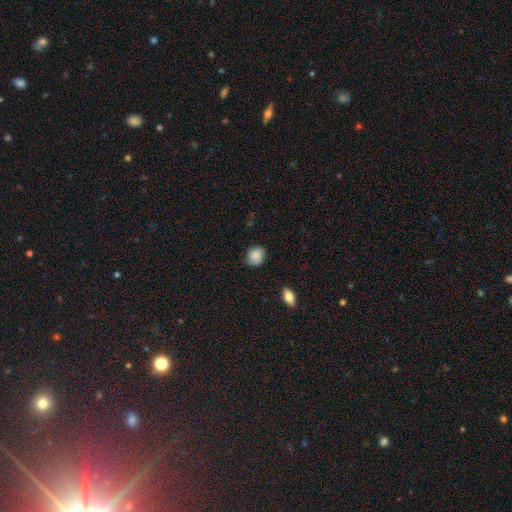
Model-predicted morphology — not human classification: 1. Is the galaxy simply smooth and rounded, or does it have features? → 87% smooth, 8% star or artifact, 5% featured or disk.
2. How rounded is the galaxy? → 64% round, 35% in between, 1% cigar-shaped.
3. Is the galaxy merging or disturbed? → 74% none, 21% minor disturbance, 4% major disturbance, 1% merger.